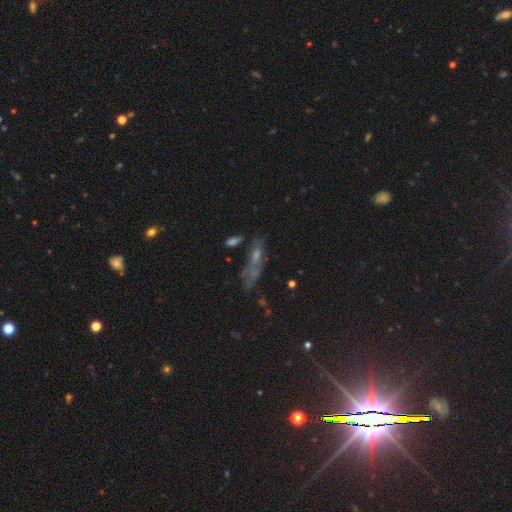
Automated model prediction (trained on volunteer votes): Morphology: type=smooth (44%); merging=none (39%).